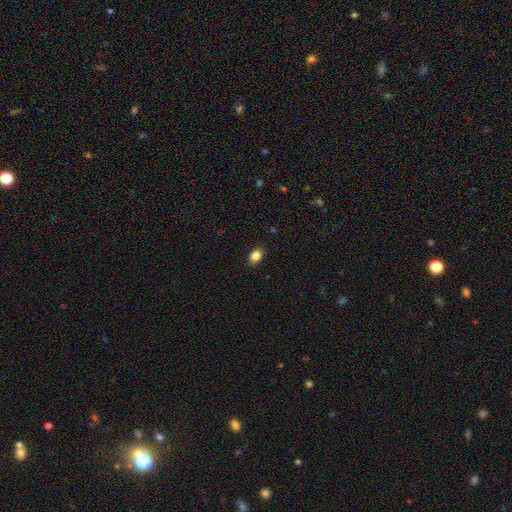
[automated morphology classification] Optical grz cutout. It shows a smooth galaxy with no disk features (85%) that is in between round and cigar-shaped (71%). Merging: none (88%).